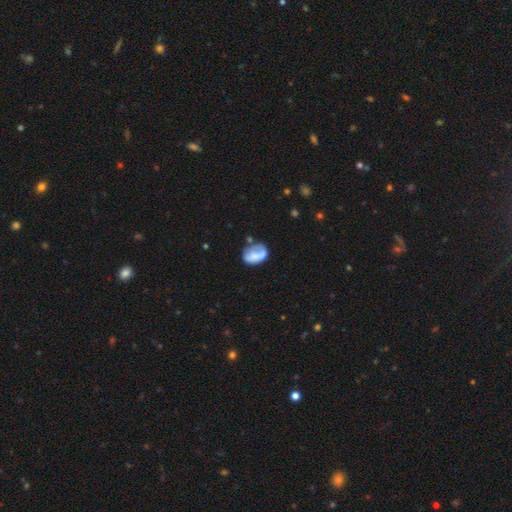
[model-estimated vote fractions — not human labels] A smooth galaxy with no disk features (65%) that is in between round and cigar-shaped (76%). Merging: none (41%).